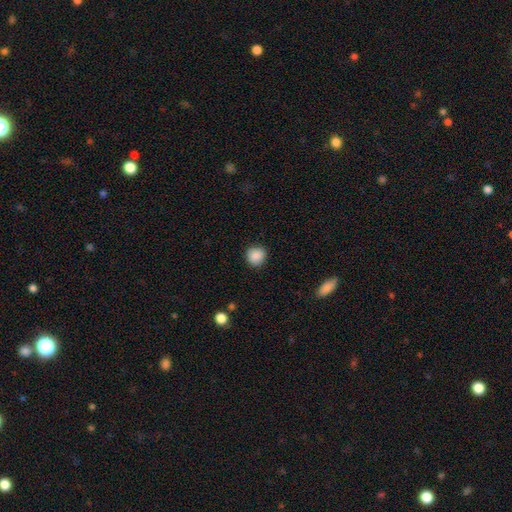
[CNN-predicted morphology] type=smooth (88%); roundness=round (90%); merging=none (89%).